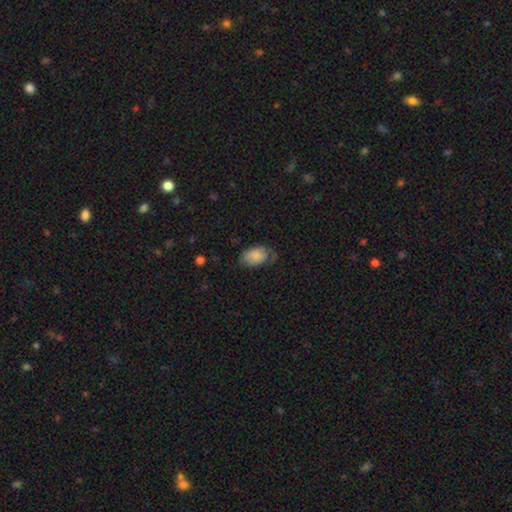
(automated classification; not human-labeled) smooth 75%, featured or disk 18%, star or artifact 7%. Down the decision tree: how rounded — in between (90%); merging — none (44%).